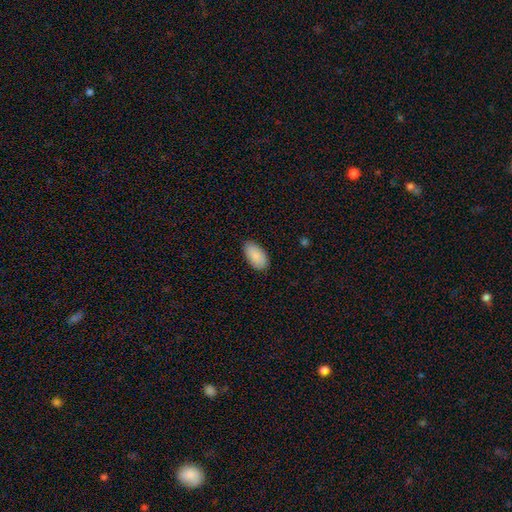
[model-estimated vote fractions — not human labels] smooth 88%, star or artifact 6%, featured or disk 5%. Down the decision tree: how rounded — in between (95%); merging — none (86%).